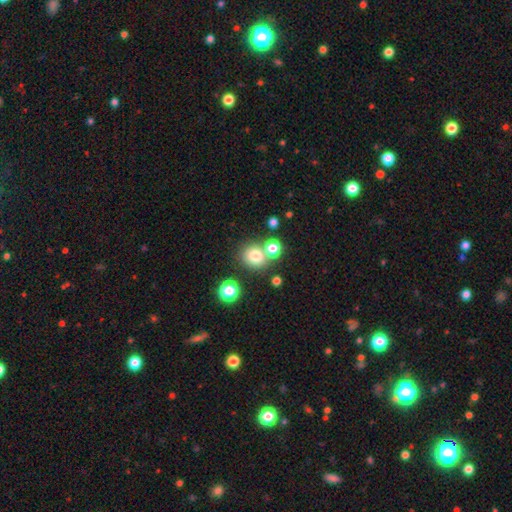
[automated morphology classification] Smooth or featured? Predicted: smooth (p=0.77). How rounded? Predicted: round (p=0.83). Merging? Predicted: none (p=0.63).